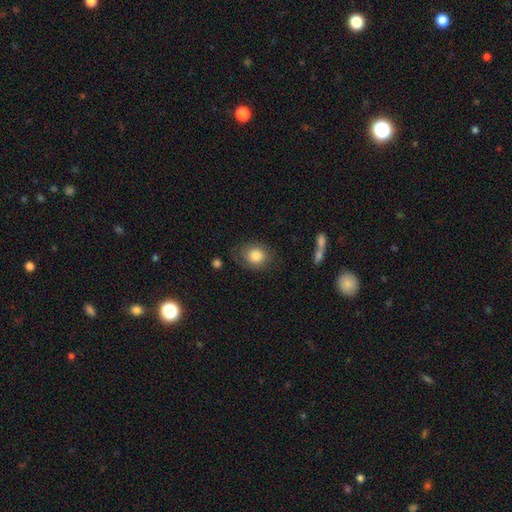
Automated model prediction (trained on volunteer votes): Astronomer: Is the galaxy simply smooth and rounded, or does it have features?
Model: smooth — 76%.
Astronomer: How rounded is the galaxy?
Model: round — 60% (runner-up: in between, 39%).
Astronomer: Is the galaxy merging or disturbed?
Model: none — 68%.